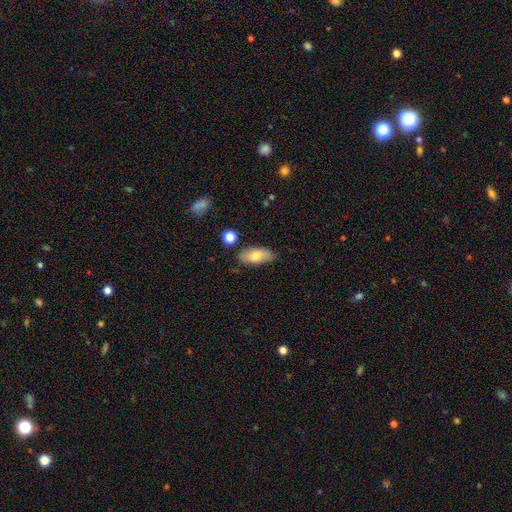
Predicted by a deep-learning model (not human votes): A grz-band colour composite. It shows a smooth galaxy with no disk features (75%) that is in between round and cigar-shaped (85%). Merging: none (78%).